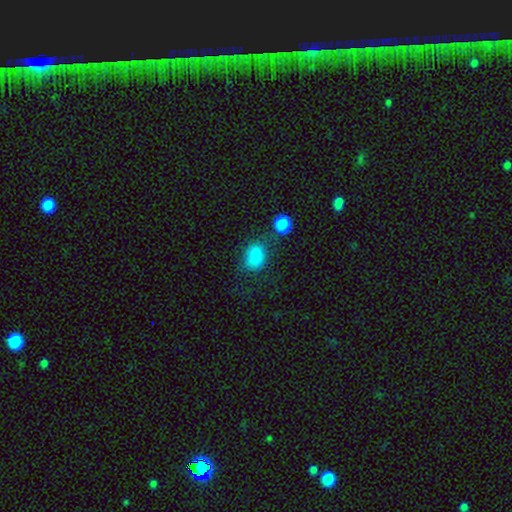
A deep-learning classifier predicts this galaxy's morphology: The model was most divided on "merging": none: 53%, minor disturbance: 23%, merger: 13%, major disturbance: 11%. More confident: smooth or featured — smooth (85%); how rounded — in between (73%).